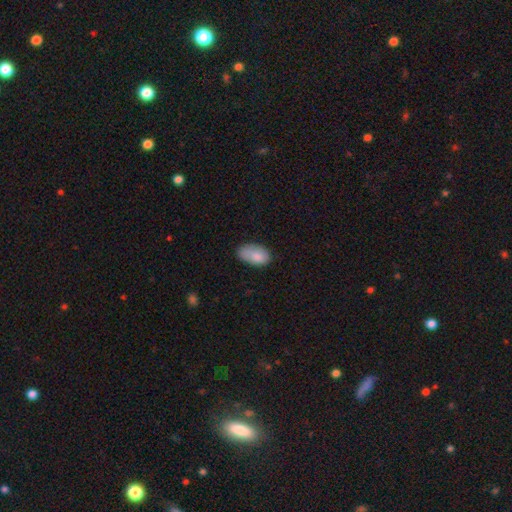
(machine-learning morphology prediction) This is clearly a smooth galaxy (83%). How rounded: clearly in between (94%). Merging: possibly none (57%).